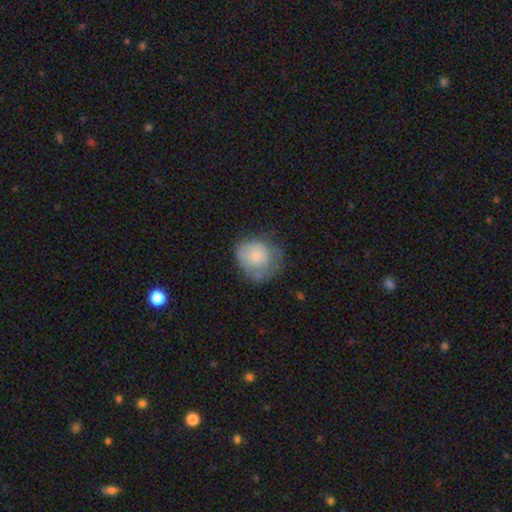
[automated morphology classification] smooth-or-featured: smooth: 65% | featured or disk: 27% | star or artifact: 7%
  how-rounded: round: 74% | in between: 25% | cigar-shaped: 1%
  merging: none: 45% | minor disturbance: 33% | major disturbance: 19% | merger: 3%